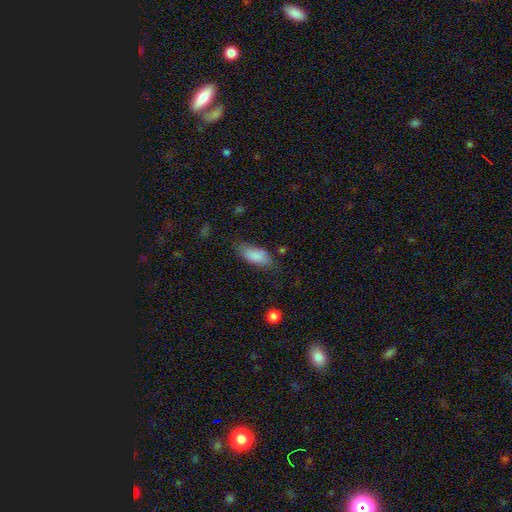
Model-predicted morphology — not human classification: The model was most divided on "merging": none: 69%, minor disturbance: 23%, major disturbance: 6%, merger: 2%. More confident: smooth or featured — smooth (86%); how rounded — in between (85%).